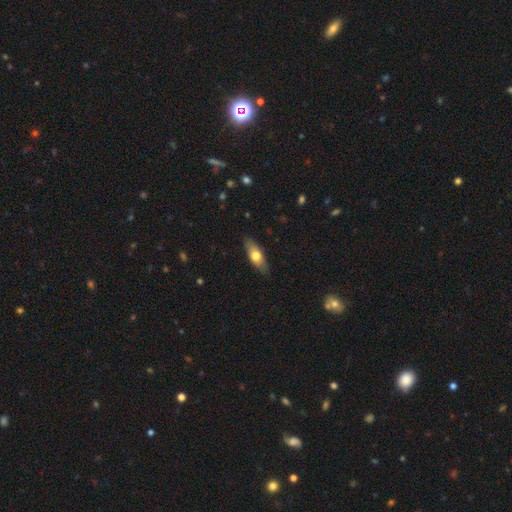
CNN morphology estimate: Smooth or featured? smooth (63%)
How rounded? in between (62%)
Merging? none (86%)